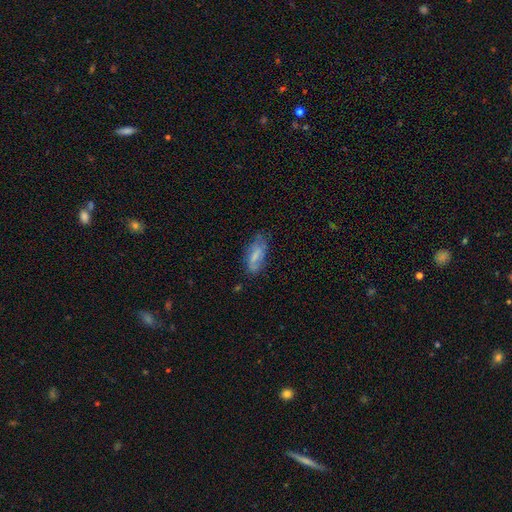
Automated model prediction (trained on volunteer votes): Smooth or featured: smooth — 56% (featured or disk — 35%)
How rounded: in between — 82% (cigar-shaped — 15%)
Merging: none — 58% (minor disturbance — 28%)